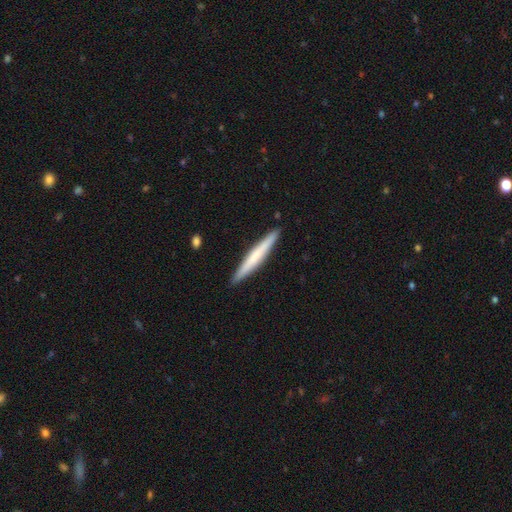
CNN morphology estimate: Smooth or featured: smooth — 56% (featured or disk — 39%)
How rounded: cigar-shaped — 96% (in between — 3%)
Merging: none — 91% (minor disturbance — 6%)